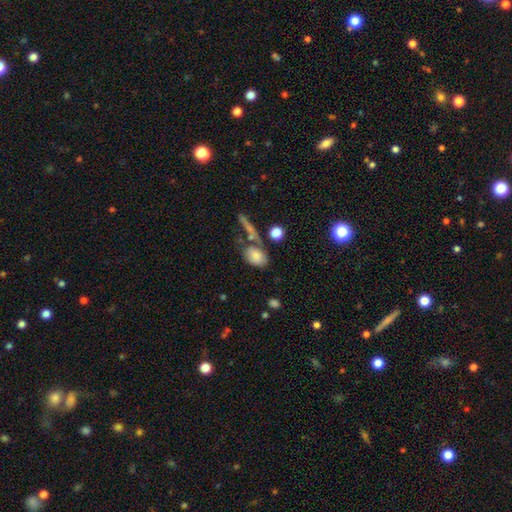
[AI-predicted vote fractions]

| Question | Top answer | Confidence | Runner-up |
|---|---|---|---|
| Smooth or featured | smooth | 76% | featured or disk (15%) |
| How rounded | in between | 84% | round (13%) |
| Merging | none | 49% | merger (22%) |